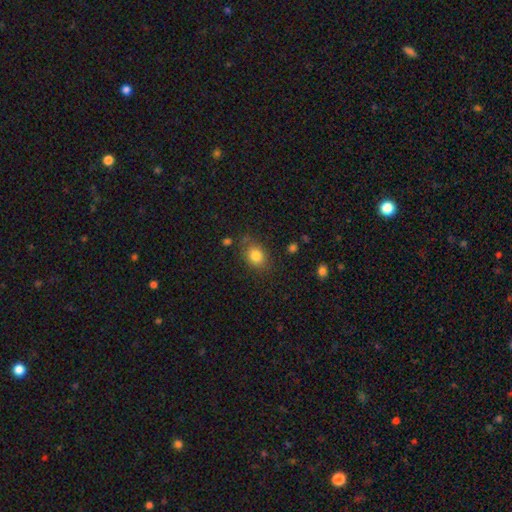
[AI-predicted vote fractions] smooth 82%, star or artifact 10%, featured or disk 8%. Down the decision tree: how rounded — in between (57%); merging — none (73%).